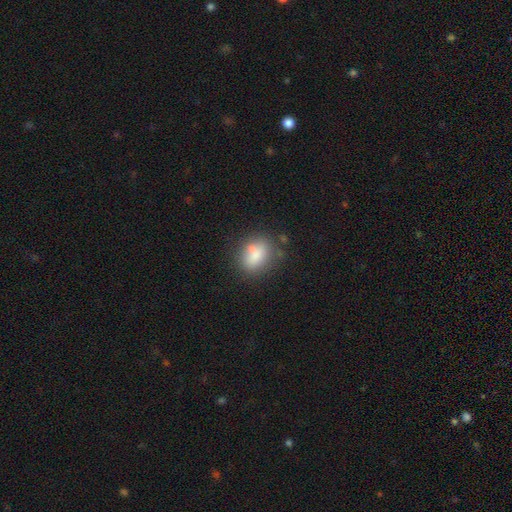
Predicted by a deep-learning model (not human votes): Smooth or featured?
  - smooth: 76% *
  - featured or disk: 14%
  - star or artifact: 10%
How rounded?
  - in between: 58% *
  - round: 40%
  - cigar-shaped: 2%
Merging?
  - none: 55% *
  - minor disturbance: 19%
  - merger: 19%
  - major disturbance: 7%